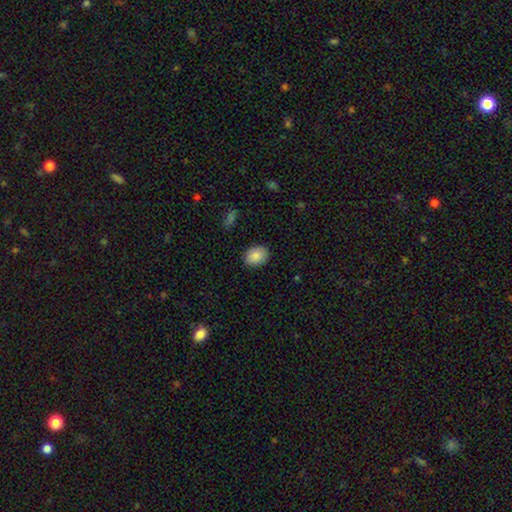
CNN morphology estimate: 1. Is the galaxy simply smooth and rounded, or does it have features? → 88% smooth, 8% star or artifact, 5% featured or disk.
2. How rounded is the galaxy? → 60% in between, 39% round, 1% cigar-shaped.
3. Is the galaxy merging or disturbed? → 88% none, 9% minor disturbance, 2% major disturbance, 1% merger.